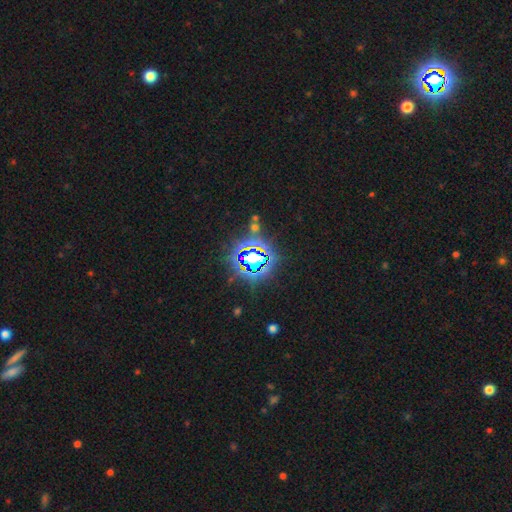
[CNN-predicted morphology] smooth_or_featured: star or artifact (p=0.75) [alt: smooth p=0.15]